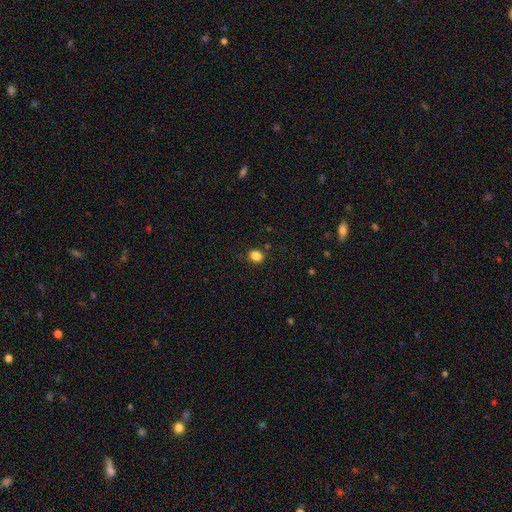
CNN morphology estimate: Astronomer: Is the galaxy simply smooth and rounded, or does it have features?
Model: smooth — 84%.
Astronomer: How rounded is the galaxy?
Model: in between — 51% (runner-up: round, 48%).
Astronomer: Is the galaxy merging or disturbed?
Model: none — 85%.